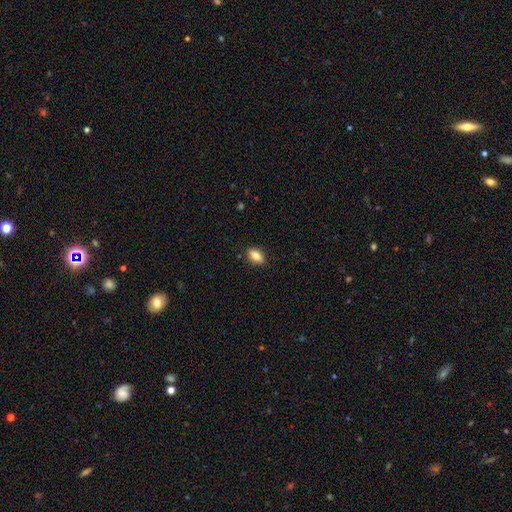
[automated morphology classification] type=smooth (75%); roundness=in between (82%); merging=none (88%).